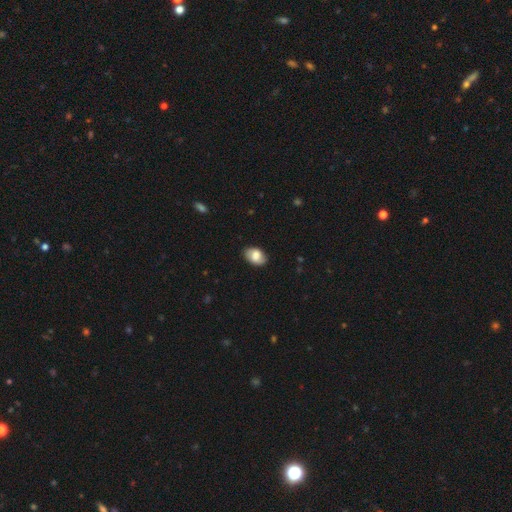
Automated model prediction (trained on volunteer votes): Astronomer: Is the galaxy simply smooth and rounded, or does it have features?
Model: smooth — 76%.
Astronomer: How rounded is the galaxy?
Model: in between — 87%.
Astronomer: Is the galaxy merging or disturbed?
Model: none — 84%.